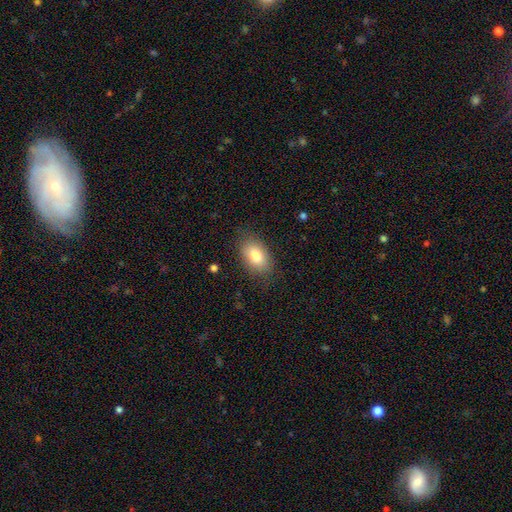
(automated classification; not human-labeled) smooth 82%, featured or disk 11%, star or artifact 7%. Down the decision tree: how rounded — in between (91%); merging — none (80%).